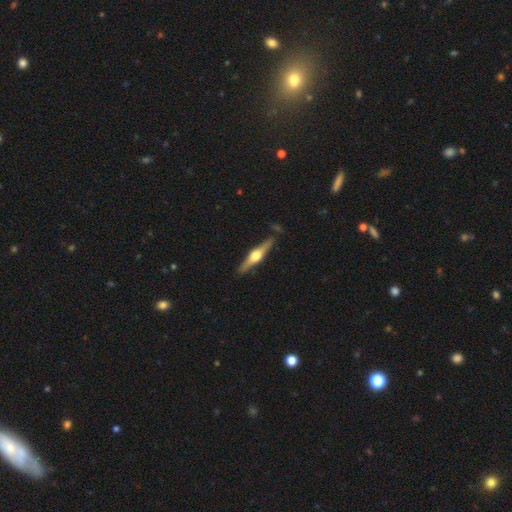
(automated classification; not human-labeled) smooth-or-featured: featured or disk: 73% | smooth: 23% | star or artifact: 5%
  disk-edge-on: yes: 97% | no: 3%
    edge-on-bulge: rounded: 95% | boxy: 3% | none: 2%
  merging: none: 85% | minor disturbance: 10% | merger: 3% | major disturbance: 2%